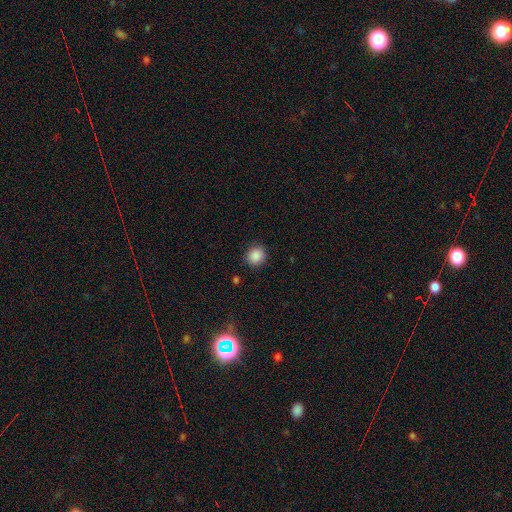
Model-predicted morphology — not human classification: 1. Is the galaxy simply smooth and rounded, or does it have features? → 88% smooth, 10% star or artifact, 3% featured or disk.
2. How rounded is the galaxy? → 88% round, 11% in between, 1% cigar-shaped.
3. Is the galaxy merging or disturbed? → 88% none, 8% minor disturbance, 2% major disturbance, 1% merger.